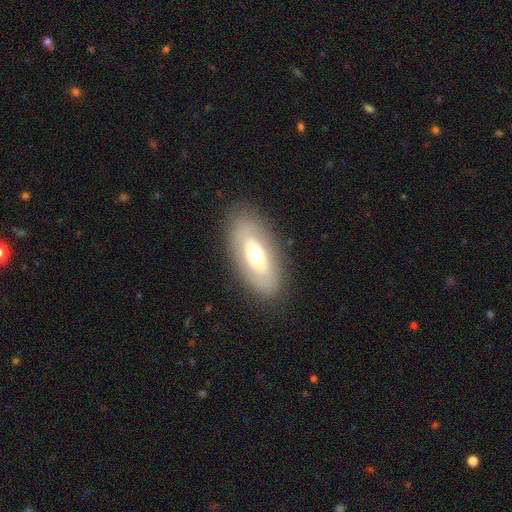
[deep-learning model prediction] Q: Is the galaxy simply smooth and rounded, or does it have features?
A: smooth — 49%.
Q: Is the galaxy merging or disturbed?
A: none — 84%.